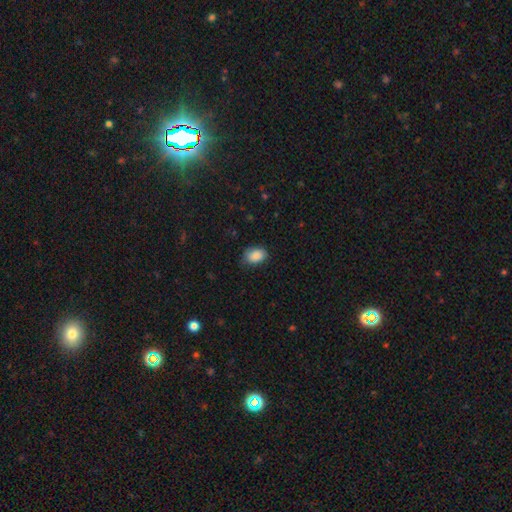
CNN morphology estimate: Smooth or featured?
  - smooth: 88% *
  - star or artifact: 7%
  - featured or disk: 5%
How rounded?
  - in between: 82% *
  - round: 17%
  - cigar-shaped: 1%
Merging?
  - none: 71% *
  - minor disturbance: 24%
  - major disturbance: 4%
  - merger: 1%